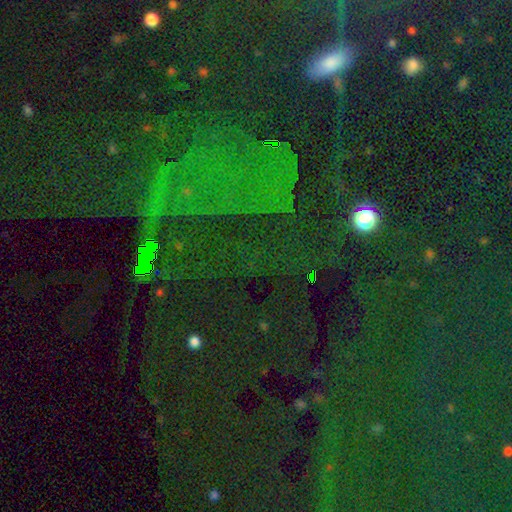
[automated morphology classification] smooth_or_featured: star or artifact (p=0.76) [alt: smooth p=0.14]